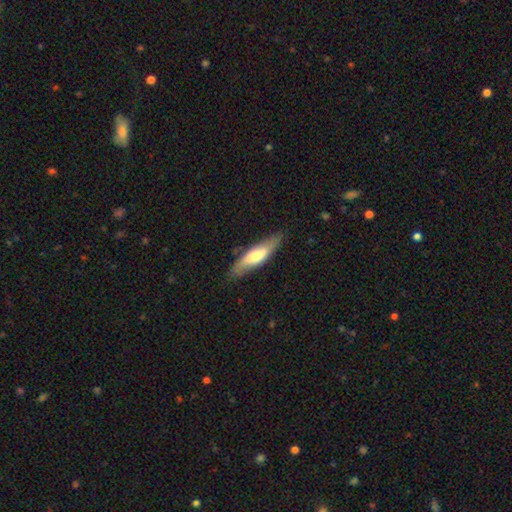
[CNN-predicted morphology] A smooth galaxy with no disk features (57%) that is cigar-shaped (62%).

Vote fractions:
- Smooth or featured? smooth: 57% / featured or disk: 37% / star or artifact: 6%
- How rounded? cigar-shaped: 62% / in between: 36% / round: 2%
- Merging? none: 81% / minor disturbance: 15% / major disturbance: 3% / merger: 1%